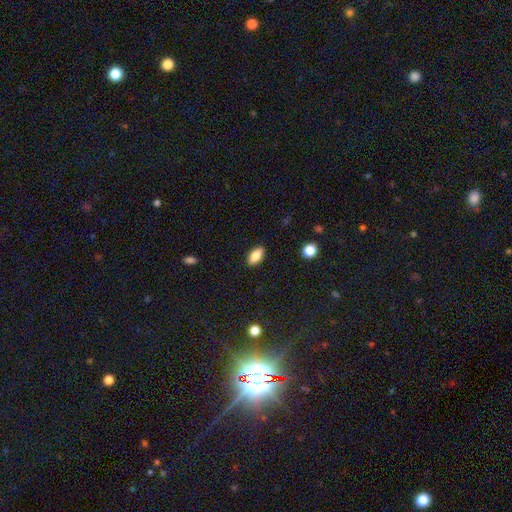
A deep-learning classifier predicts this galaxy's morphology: Smooth or featured?
  - smooth: 83% *
  - featured or disk: 9%
  - star or artifact: 8%
How rounded?
  - in between: 90% *
  - cigar-shaped: 6%
  - round: 4%
Merging?
  - none: 88% *
  - minor disturbance: 9%
  - major disturbance: 2%
  - merger: 1%